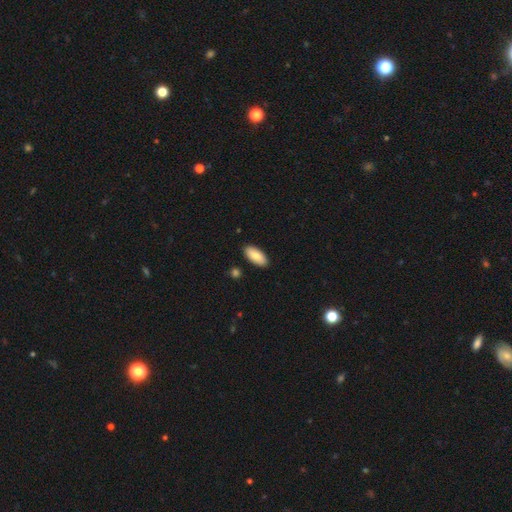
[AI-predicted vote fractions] Q: Smooth or featured?
A: smooth (84%); runner-up: featured or disk (10%)
Q: How rounded?
A: in between (91%); runner-up: cigar-shaped (7%)
Q: Merging?
A: none (88%); runner-up: minor disturbance (8%)